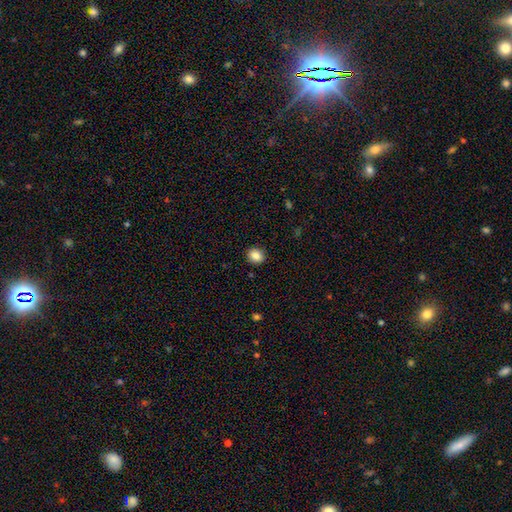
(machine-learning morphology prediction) This is clearly a smooth galaxy (85%). How rounded: likely round (70%). Merging: clearly none (91%).